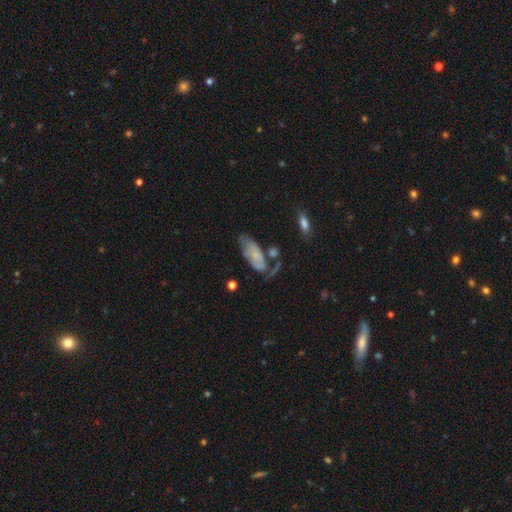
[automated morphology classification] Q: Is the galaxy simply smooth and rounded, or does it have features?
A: smooth — 56%.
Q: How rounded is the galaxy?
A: in between — 85%.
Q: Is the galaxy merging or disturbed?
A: none — 42%.